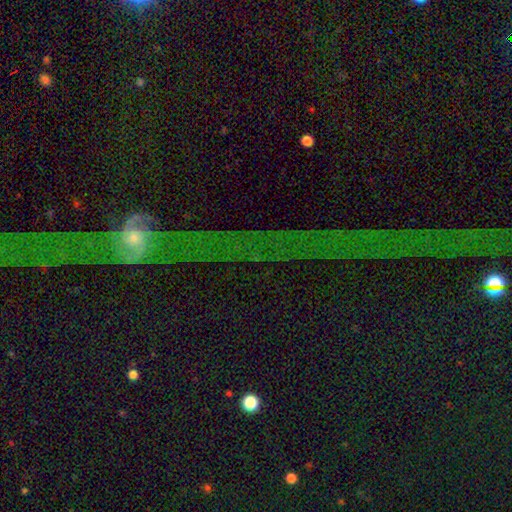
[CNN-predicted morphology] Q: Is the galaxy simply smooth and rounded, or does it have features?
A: star or artifact — 53%.